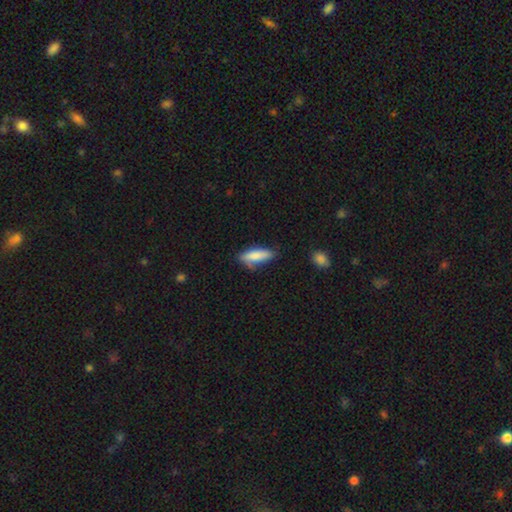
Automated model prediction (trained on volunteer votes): This appears to be a smooth galaxy with no disk features (82%) that is in between round and cigar-shaped (53%). Merging: none (66%).